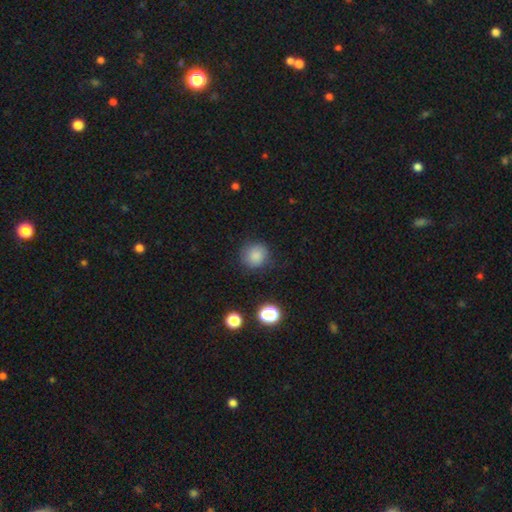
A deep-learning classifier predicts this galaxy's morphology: The model was most divided on "merging": none: 83%, minor disturbance: 12%, major disturbance: 4%, merger: 2%. More confident: how rounded — round (89%); smooth or featured — smooth (84%).